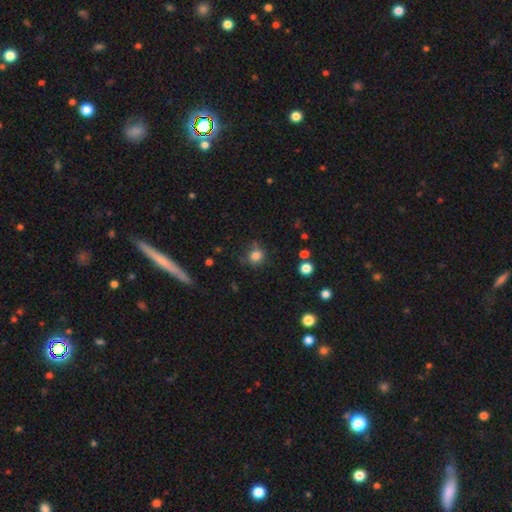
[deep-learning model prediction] Smooth or featured: smooth — 81% (star or artifact — 13%)
How rounded: round — 73% (in between — 26%)
Merging: none — 66% (minor disturbance — 23%)